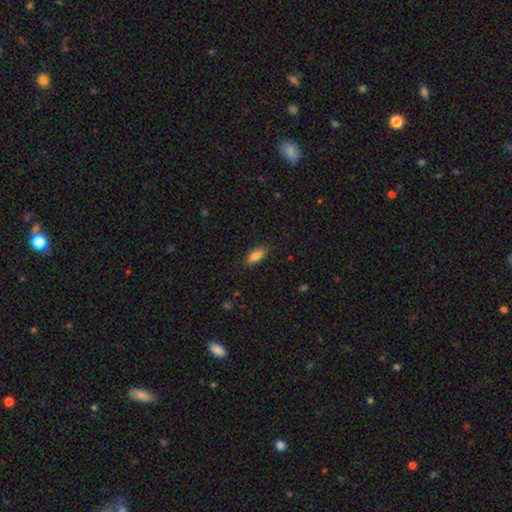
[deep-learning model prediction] Smooth or featured? Predicted: smooth (p=0.83). How rounded? Predicted: in between (p=0.75). Merging? Predicted: none (p=0.84).